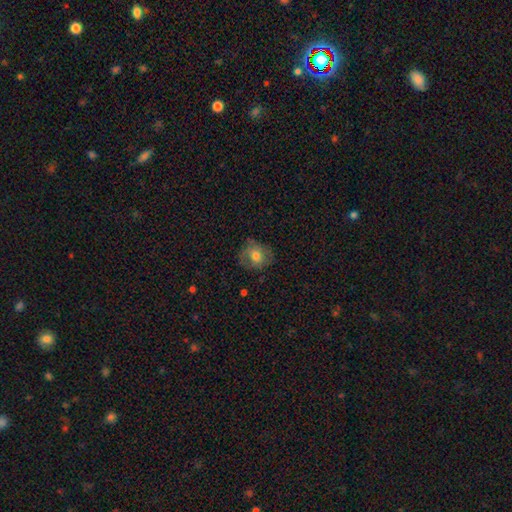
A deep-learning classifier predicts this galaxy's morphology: This is likely a smooth galaxy (64%). How rounded: likely round (73%). Merging: likely none (68%).